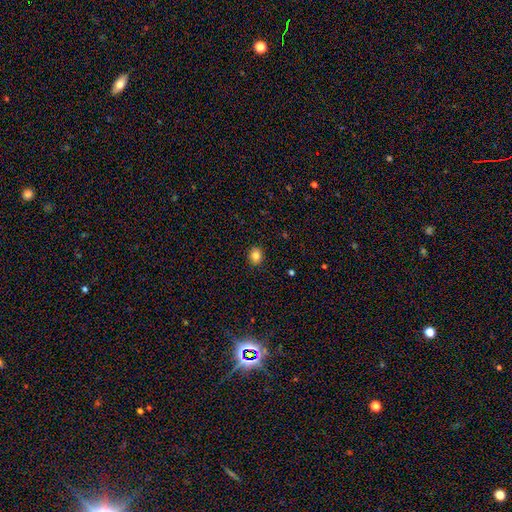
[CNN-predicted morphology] This is clearly a smooth galaxy (84%). How rounded: likely round (67%). Merging: clearly none (91%).